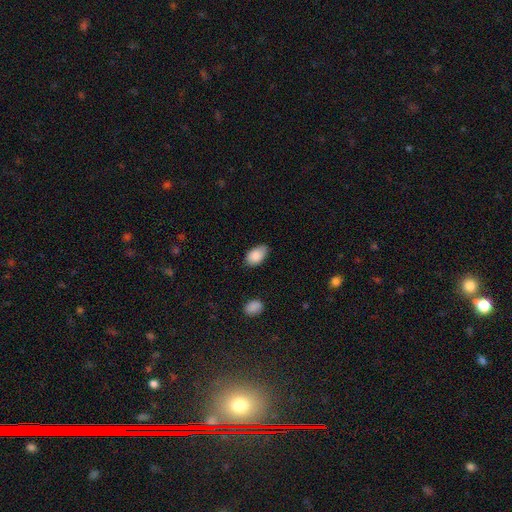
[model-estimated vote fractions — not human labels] Smooth or featured? Predicted: smooth (p=0.88). How rounded? Predicted: in between (p=0.93). Merging? Predicted: none (p=0.68).